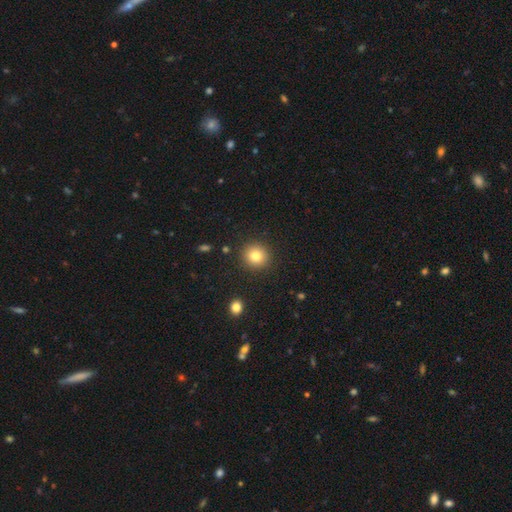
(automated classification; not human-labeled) A smooth galaxy with no disk features (80%) that is round (89%).

Vote fractions:
- Smooth or featured? smooth: 80% / star or artifact: 11% / featured or disk: 9%
- How rounded? round: 89% / in between: 10% / cigar-shaped: 1%
- Merging? none: 90% / minor disturbance: 6% / major disturbance: 2% / merger: 2%